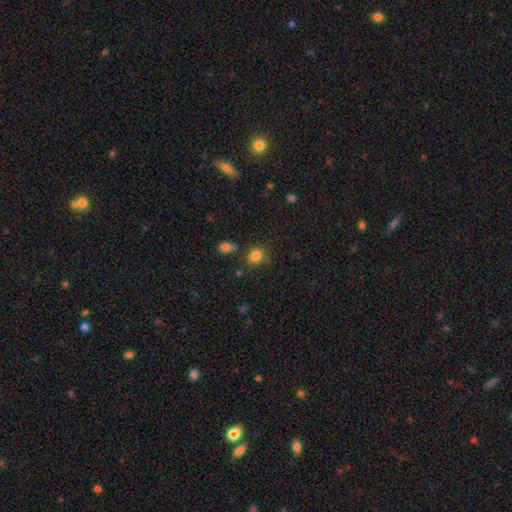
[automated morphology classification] Smooth or featured: smooth — 83% (star or artifact — 11%)
How rounded: round — 67% (in between — 32%)
Merging: none — 75% (minor disturbance — 14%)